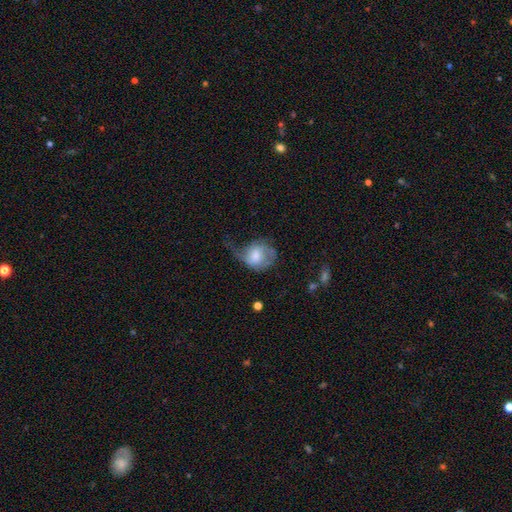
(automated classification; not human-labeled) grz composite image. It shows a smooth galaxy with no disk features (56%) that is round (59%). Merging: major disturbance (45%).